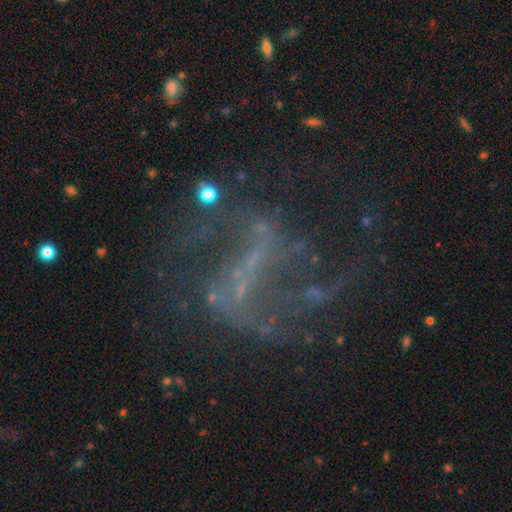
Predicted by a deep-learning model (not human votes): Smooth or featured?
  - featured or disk: 72% *
  - star or artifact: 19%
  - smooth: 10%
Edge-on disk?
  - no: 97% *
  - yes: 3%
Bar?
  - weak: 36% *
  - strong: 35%
  - no: 29%
Spiral arms?
  - yes: 66% *
  - no: 34%
Bulge size?
  - none: 58% *
  - small: 32%
  - moderate: 7%
  - large: 1%
  - dominant: 1%
Merging?
  - none: 48% *
  - major disturbance: 30%
  - minor disturbance: 16%
  - merger: 6%